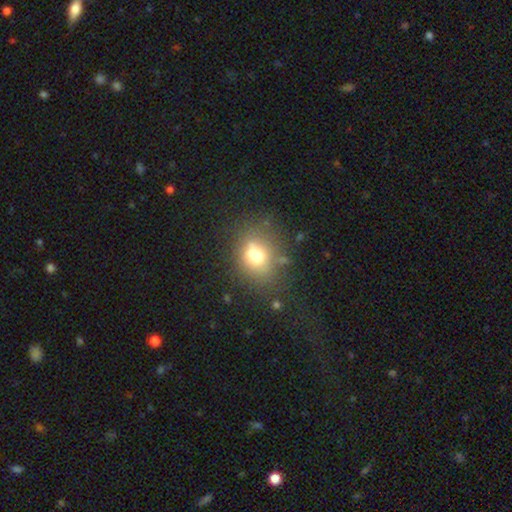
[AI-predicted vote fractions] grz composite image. It shows a smooth galaxy with no disk features (66%) that is round (55%). Merging: none (57%).